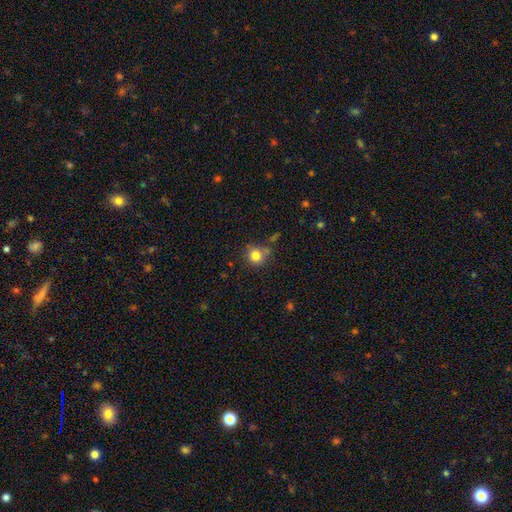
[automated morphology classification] A smooth galaxy with no disk features (82%) that is round (88%). Merging: none (69%).